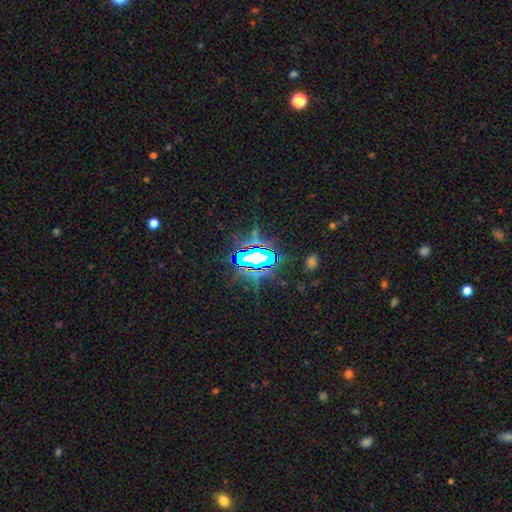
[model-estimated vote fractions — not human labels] This appears to be a star or artifact, not a galaxy (76%).